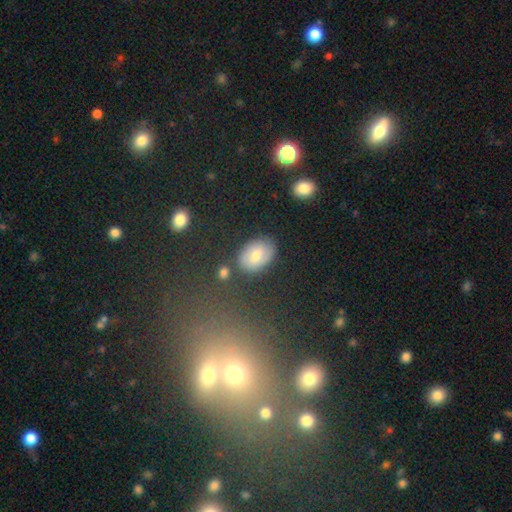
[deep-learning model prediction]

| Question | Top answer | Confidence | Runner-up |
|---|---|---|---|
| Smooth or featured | smooth | 59% | featured or disk (29%) |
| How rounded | in between | 76% | round (22%) |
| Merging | none | 77% | minor disturbance (15%) |